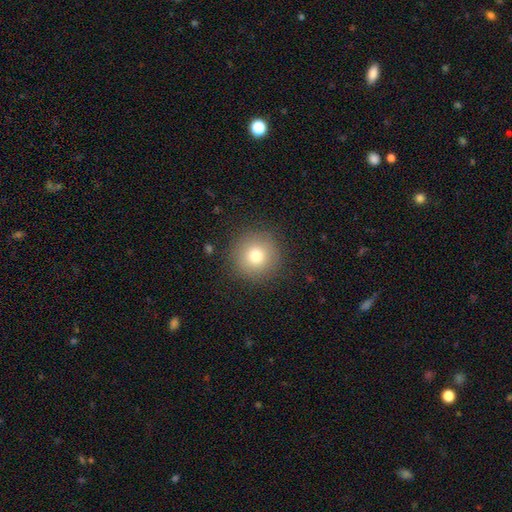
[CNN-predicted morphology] smooth 77%, star or artifact 12%, featured or disk 11%. Down the decision tree: how rounded — round (95%); merging — none (89%).